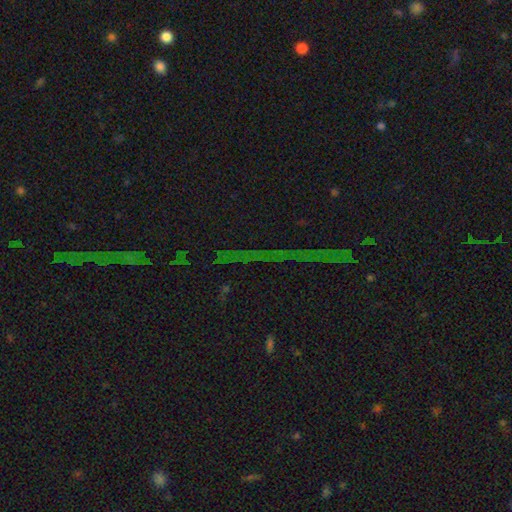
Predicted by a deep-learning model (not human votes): A star or artifact, not a galaxy (79%).

Vote fractions:
- Smooth or featured? star or artifact: 79% / featured or disk: 11% / smooth: 10%